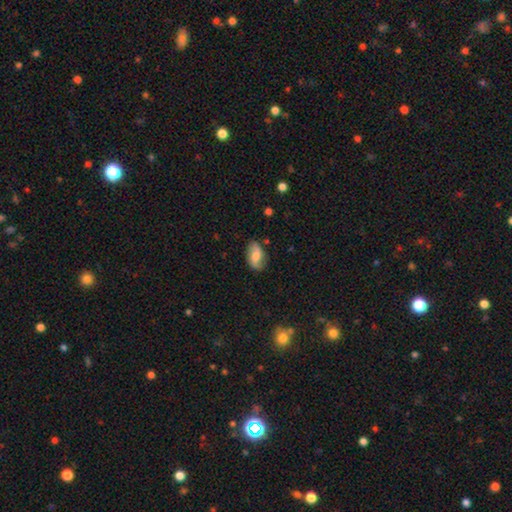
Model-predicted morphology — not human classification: type=smooth (53%); roundness=in between (89%); merging=none (75%).